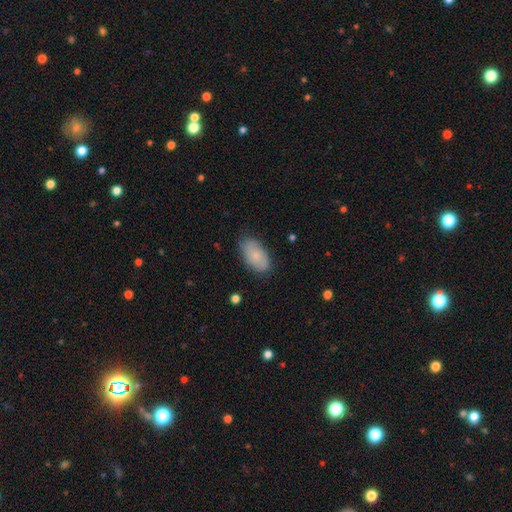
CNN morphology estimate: Overall: smooth (79%). How rounded: in between (94%). Merging: none (80%).